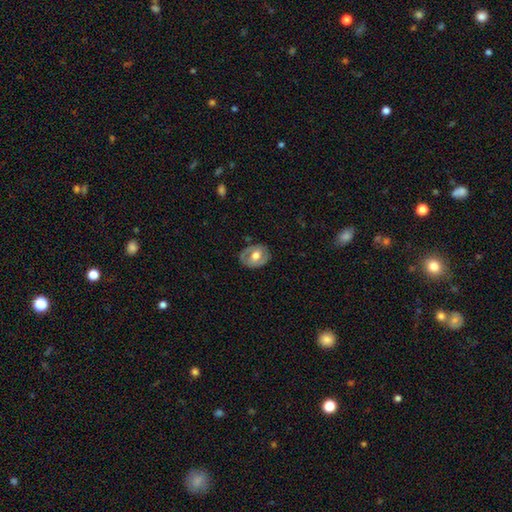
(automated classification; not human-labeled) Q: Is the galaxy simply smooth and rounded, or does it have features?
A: featured or disk — 55%.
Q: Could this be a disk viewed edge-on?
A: no — 94%.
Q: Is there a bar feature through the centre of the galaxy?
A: no — 58%.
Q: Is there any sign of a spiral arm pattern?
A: no — 62%.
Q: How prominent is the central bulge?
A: moderate — 65%.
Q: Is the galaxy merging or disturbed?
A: none — 77%.